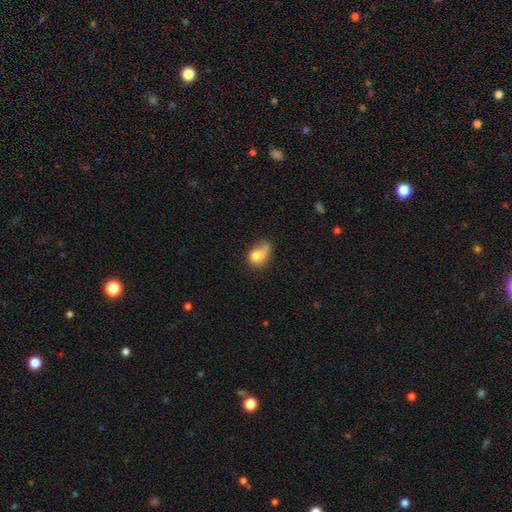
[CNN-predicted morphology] type=smooth (74%); roundness=in between (60%); merging=none (28%).